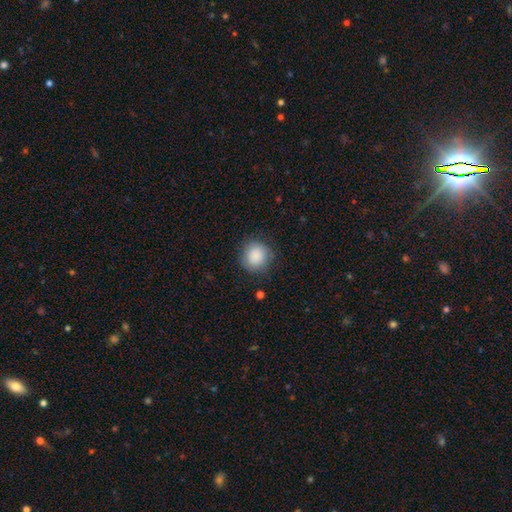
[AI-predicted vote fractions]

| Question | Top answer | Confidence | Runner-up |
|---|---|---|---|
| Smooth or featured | smooth | 87% | star or artifact (8%) |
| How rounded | round | 91% | in between (8%) |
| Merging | none | 83% | minor disturbance (12%) |